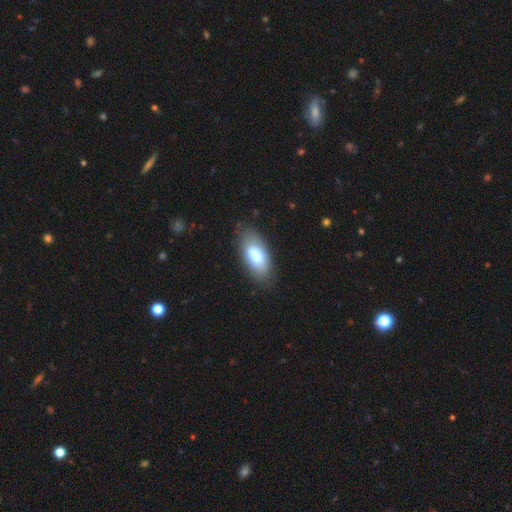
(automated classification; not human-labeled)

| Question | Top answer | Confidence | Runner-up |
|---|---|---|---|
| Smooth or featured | smooth | 80% | featured or disk (14%) |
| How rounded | in between | 91% | cigar-shaped (7%) |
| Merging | none | 78% | minor disturbance (16%) |